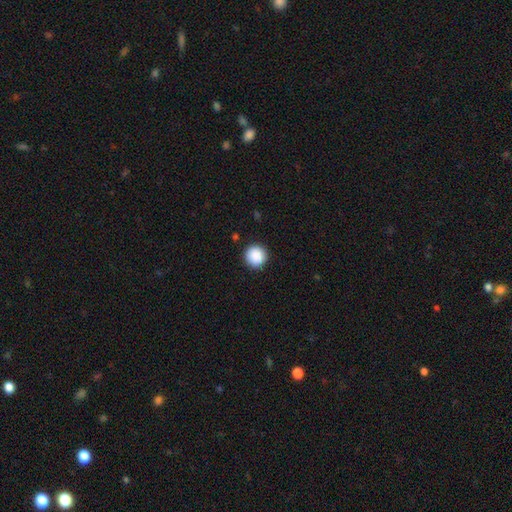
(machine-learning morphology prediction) Smooth or featured? Predicted: smooth (p=0.89). How rounded? Predicted: round (p=0.95). Merging? Predicted: none (p=0.92).